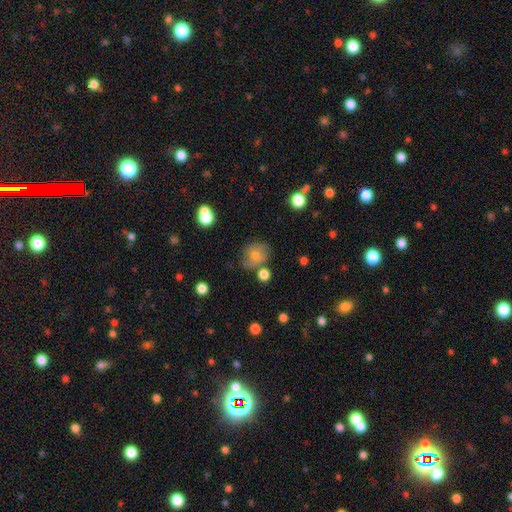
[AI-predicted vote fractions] This is likely a smooth galaxy (68%). How rounded: possibly round (55%). Merging: possibly none (59%).